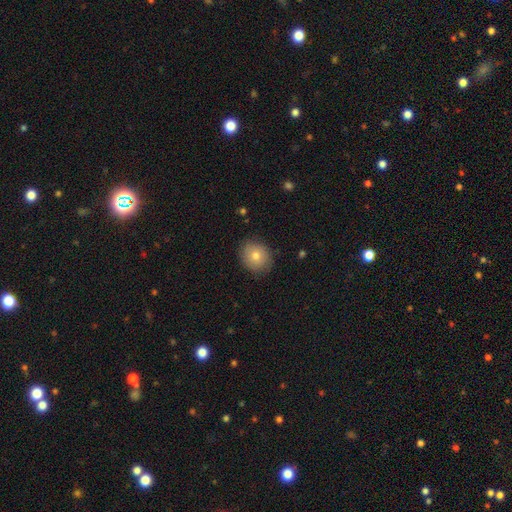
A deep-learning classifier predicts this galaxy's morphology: This is likely a smooth galaxy (77%). How rounded: likely round (71%). Merging: clearly none (85%).